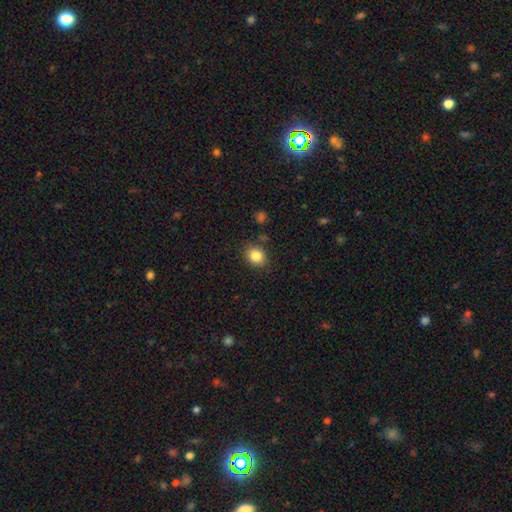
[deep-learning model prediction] smooth_or_featured: smooth (p=0.84) [alt: star or artifact p=0.10]
how_rounded: round (p=0.54) [alt: in between p=0.45]
merging: none (p=0.83) [alt: minor disturbance p=0.11]